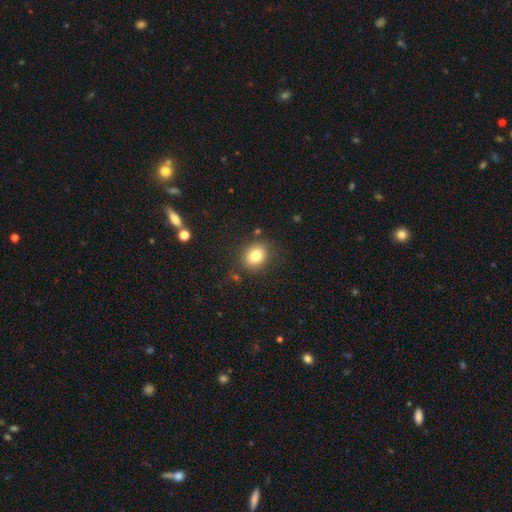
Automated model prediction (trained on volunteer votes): Smooth or featured? Predicted: smooth (p=0.80). How rounded? Predicted: round (p=0.69). Merging? Predicted: none (p=0.84).